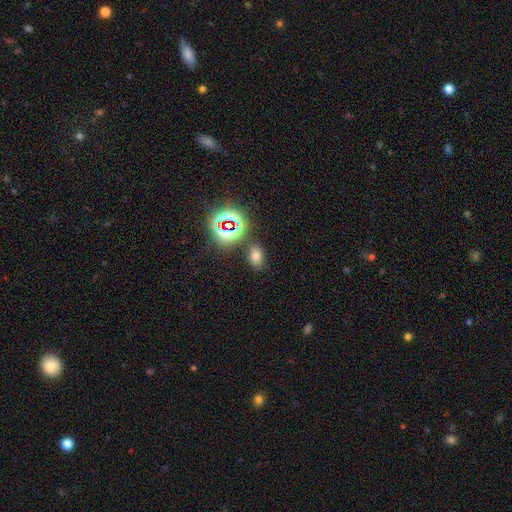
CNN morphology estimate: smooth-or-featured: smooth: 66% | star or artifact: 27% | featured or disk: 7%
  how-rounded: in between: 81% | round: 18% | cigar-shaped: 1%
  merging: none: 80% | minor disturbance: 11% | merger: 6% | major disturbance: 4%